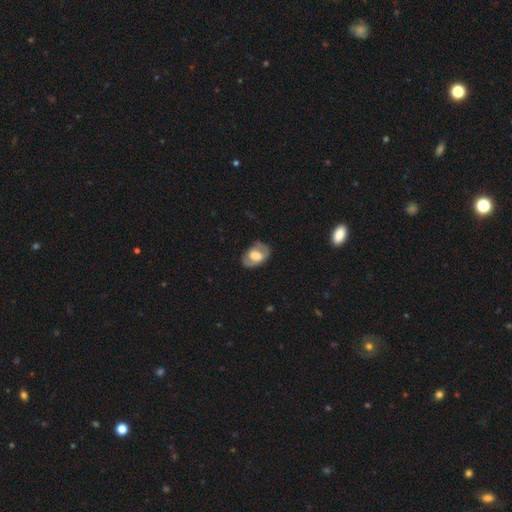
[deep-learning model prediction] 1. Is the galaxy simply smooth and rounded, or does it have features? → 47% smooth, 46% featured or disk, 7% star or artifact.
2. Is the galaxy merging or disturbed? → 68% none, 22% minor disturbance, 8% major disturbance, 2% merger.